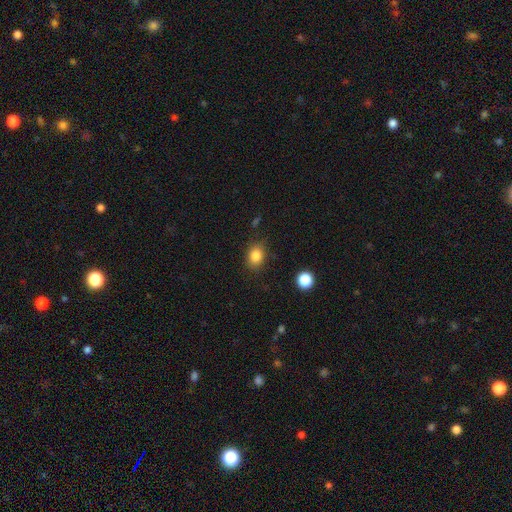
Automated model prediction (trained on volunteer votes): Morphology: type=smooth (84%); roundness=in between (53%); merging=none (81%).